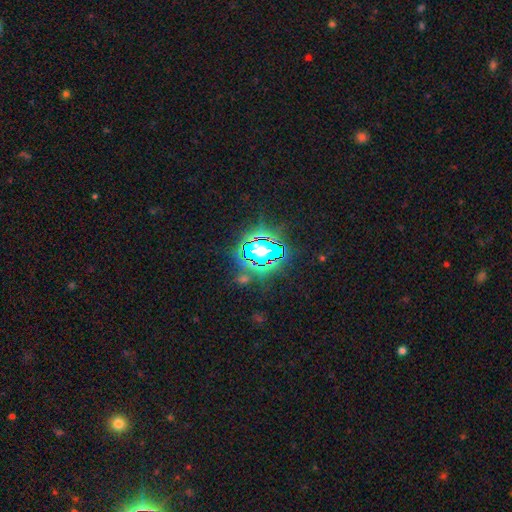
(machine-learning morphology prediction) type=star or artifact (81%).